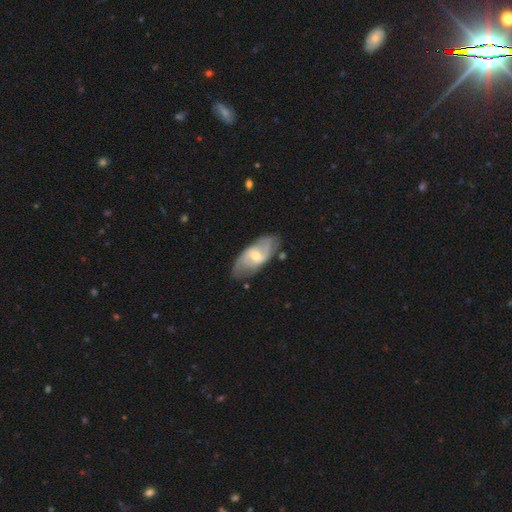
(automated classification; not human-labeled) This appears to be a featured or disk galaxy (73%) with a weak bar (53%), 2 (65%) medium (44%) spiral arms (85%) and a moderate central bulge (53%). Merging: none (74%).